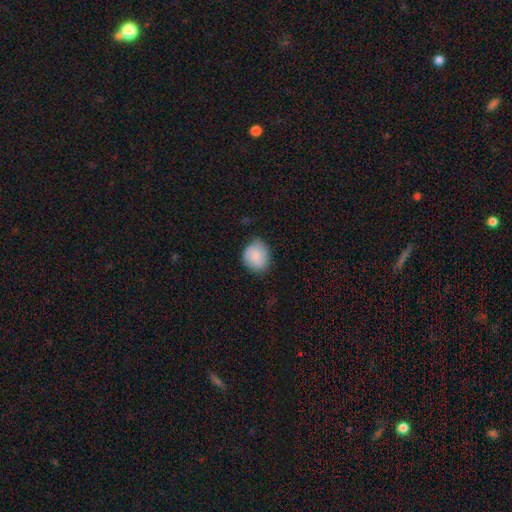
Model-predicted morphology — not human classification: A smooth galaxy with no disk features (77%) that is round (68%). Merging: none (71%).